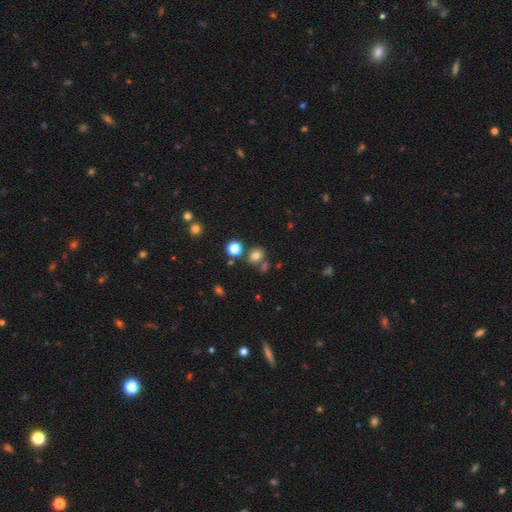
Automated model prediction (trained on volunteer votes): This is likely a smooth galaxy (75%). How rounded: possibly round (53%). Merging: likely none (66%).